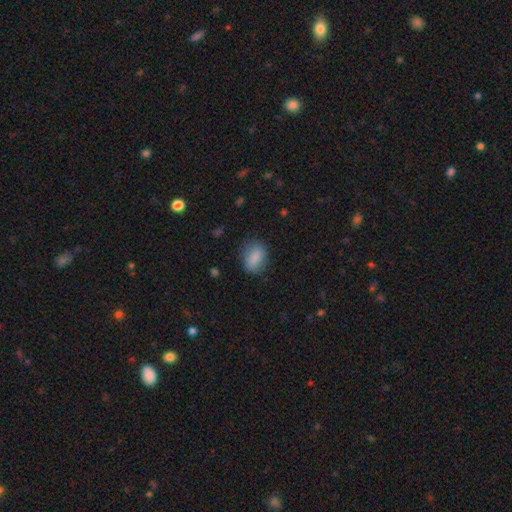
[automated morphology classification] This is clearly a smooth galaxy (82%). How rounded: likely in between (78%). Merging: likely none (78%).